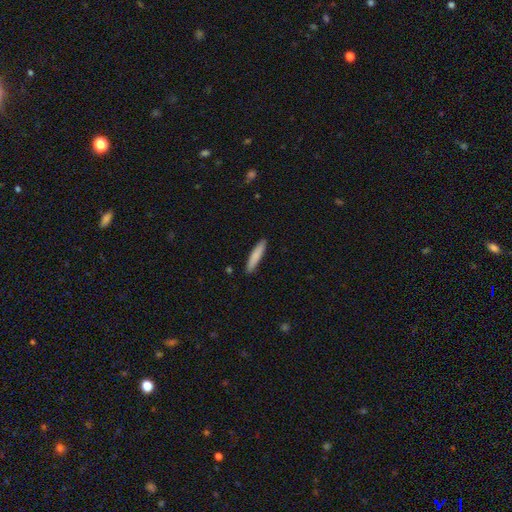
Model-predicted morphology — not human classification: smooth 83%, featured or disk 12%, star or artifact 6%. Down the decision tree: how rounded — cigar-shaped (89%); merging — none (90%).